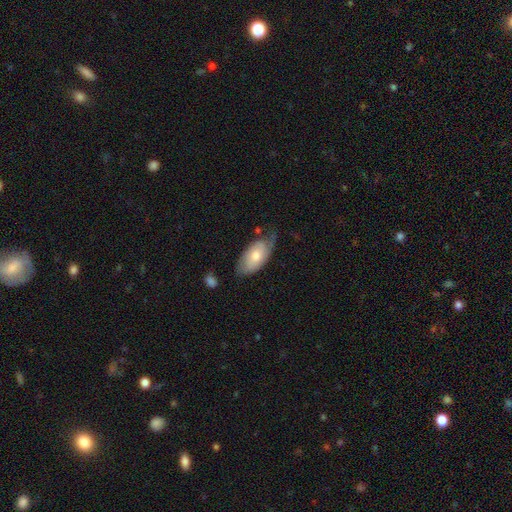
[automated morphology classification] type=smooth (57%); roundness=in between (92%); merging=none (47%).